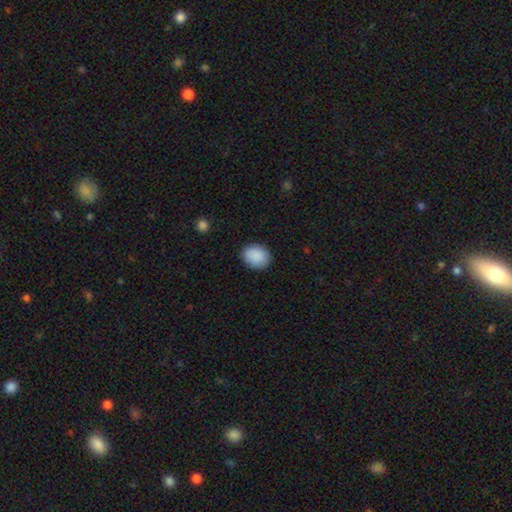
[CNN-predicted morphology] Smooth or featured? smooth (90%)
How rounded? round (59%)
Merging? none (88%)